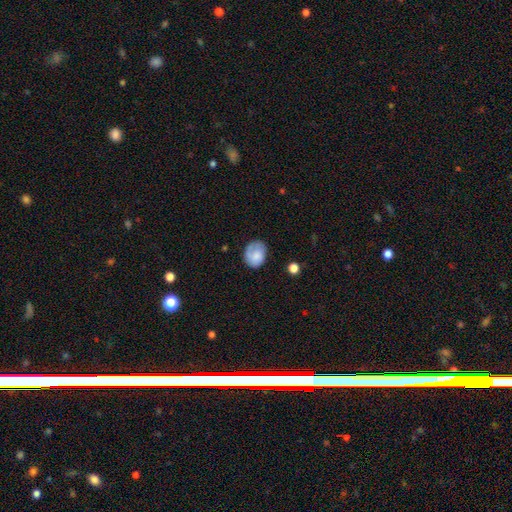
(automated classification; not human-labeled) A smooth galaxy with no disk features (70%) that is in between round and cigar-shaped (56%).

Vote fractions:
- Smooth or featured? smooth: 70% / featured or disk: 23% / star or artifact: 8%
- How rounded? in between: 56% / round: 43% / cigar-shaped: 1%
- Merging? none: 58% / minor disturbance: 27% / major disturbance: 13% / merger: 2%